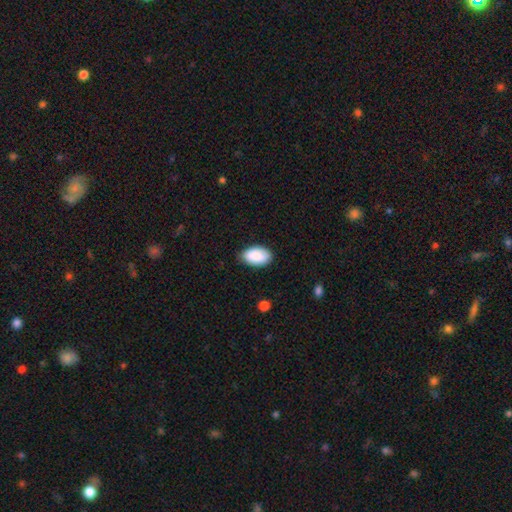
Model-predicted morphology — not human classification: Overall: smooth (89%). How rounded: in between (95%). Merging: none (79%).